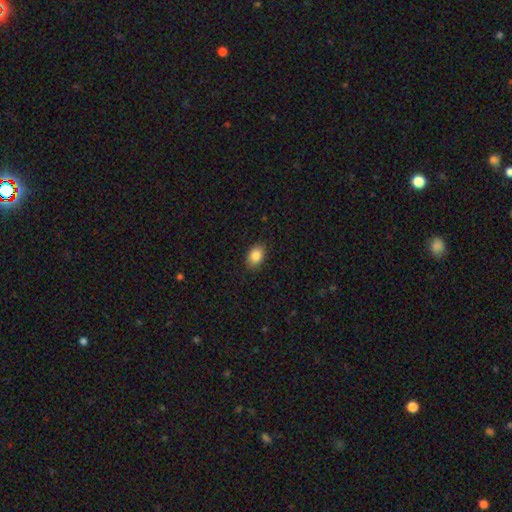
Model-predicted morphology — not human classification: Smooth or featured? smooth (87%)
How rounded? in between (79%)
Merging? none (87%)